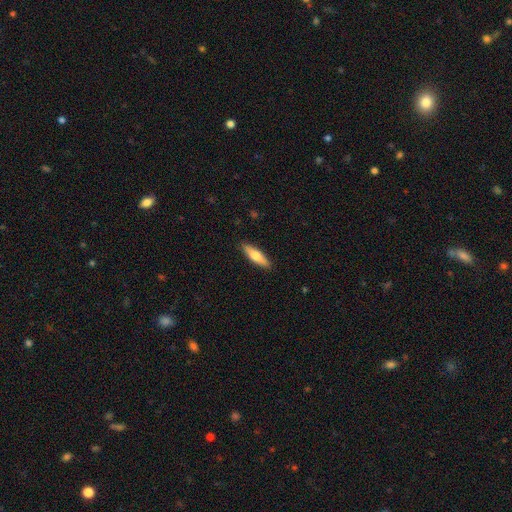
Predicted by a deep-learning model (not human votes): This appears to be a smooth galaxy with no disk features (63%) that is cigar-shaped (66%). Merging: none (90%).